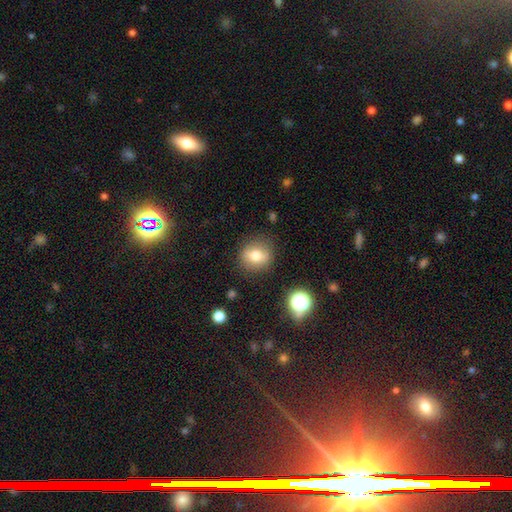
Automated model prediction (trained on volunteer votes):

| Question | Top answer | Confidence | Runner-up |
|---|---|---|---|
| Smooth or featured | smooth | 73% | featured or disk (16%) |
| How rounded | round | 79% | in between (20%) |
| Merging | none | 84% | minor disturbance (11%) |